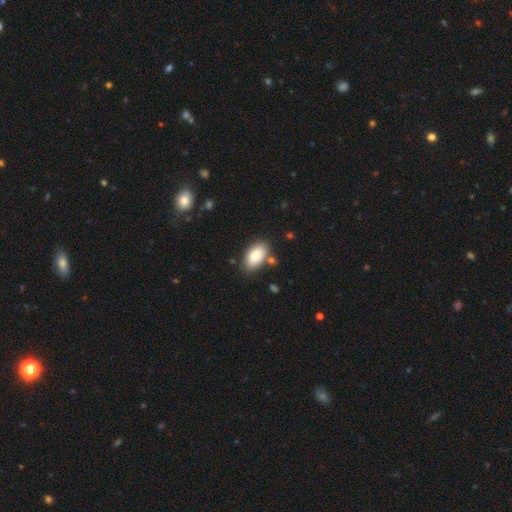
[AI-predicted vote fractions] This is clearly a smooth galaxy (86%). How rounded: clearly in between (94%). Merging: likely none (77%).